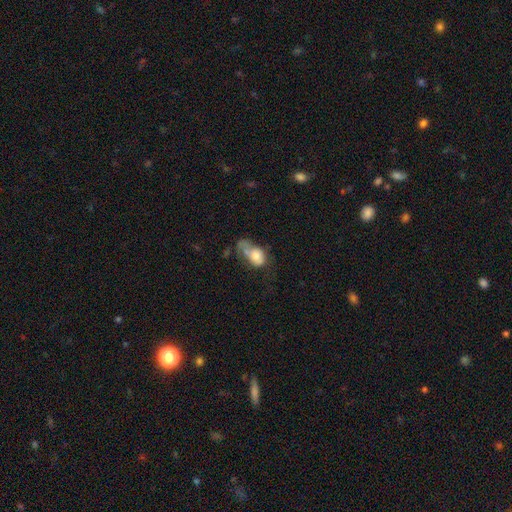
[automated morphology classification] smooth 66%, featured or disk 25%, star or artifact 9%. Down the decision tree: how rounded — in between (81%); merging — major disturbance (43%).